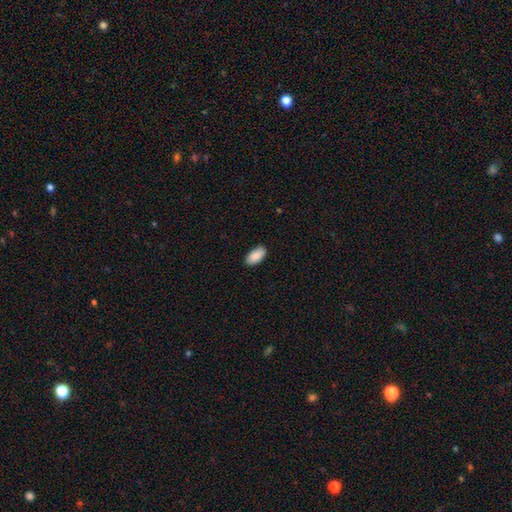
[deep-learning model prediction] A smooth galaxy with no disk features (90%) that is in between round and cigar-shaped (95%).

Vote fractions:
- Smooth or featured? smooth: 90% / star or artifact: 6% / featured or disk: 4%
- How rounded? in between: 95% / cigar-shaped: 2% / round: 2%
- Merging? none: 87% / minor disturbance: 10% / major disturbance: 2% / merger: 1%